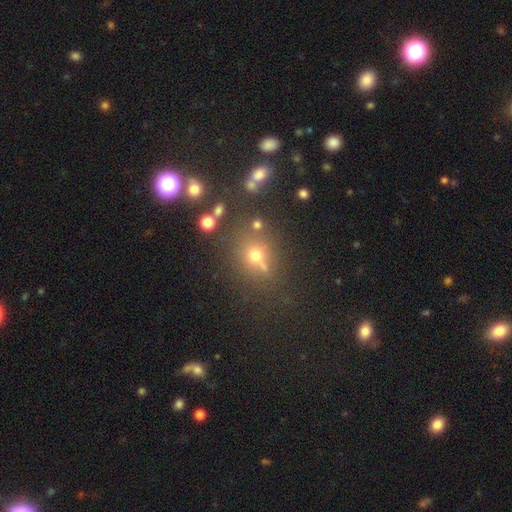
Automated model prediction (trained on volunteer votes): Q: Smooth or featured?
A: smooth (59%); runner-up: star or artifact (27%)
Q: How rounded?
A: round (77%); runner-up: in between (21%)
Q: Merging?
A: none (63%); runner-up: merger (17%)